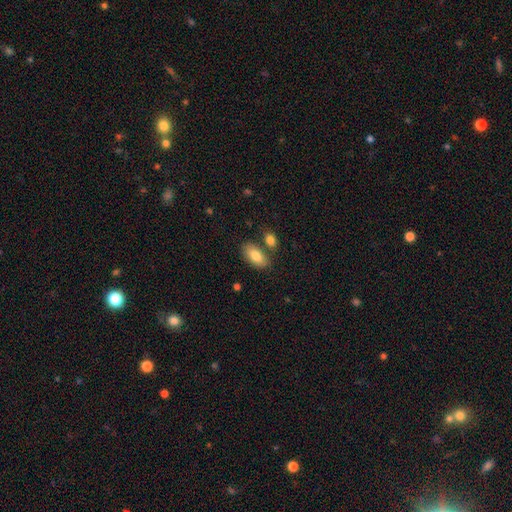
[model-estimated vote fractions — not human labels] smooth-or-featured: smooth: 84% | featured or disk: 10% | star or artifact: 6%
  how-rounded: in between: 93% | cigar-shaped: 4% | round: 3%
  merging: none: 71% | merger: 14% | minor disturbance: 12% | major disturbance: 3%